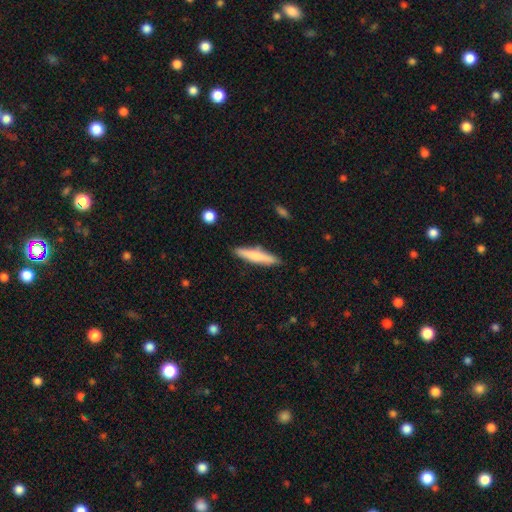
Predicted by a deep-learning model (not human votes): Smooth or featured: smooth — 69% (featured or disk — 26%)
How rounded: cigar-shaped — 88% (in between — 11%)
Merging: none — 86% (minor disturbance — 10%)